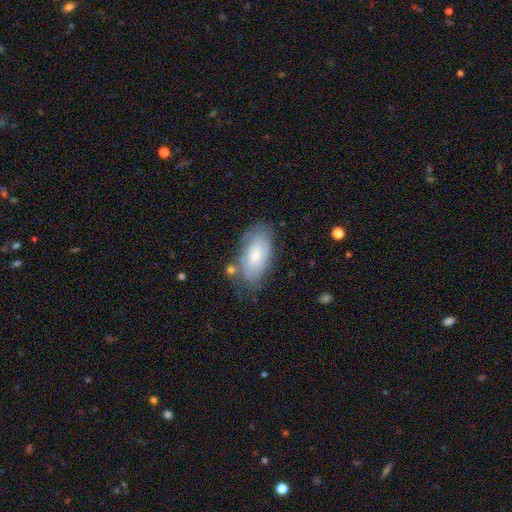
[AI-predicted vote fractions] smooth_or_featured: smooth (p=0.56) [alt: featured or disk p=0.37]
how_rounded: in between (p=0.91) [alt: cigar-shaped p=0.05]
merging: none (p=0.65) [alt: minor disturbance p=0.22]